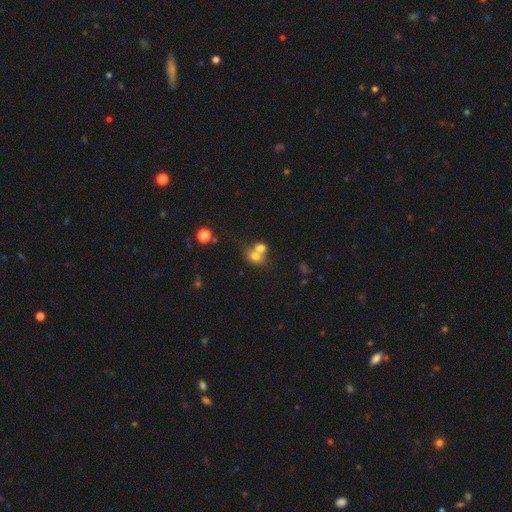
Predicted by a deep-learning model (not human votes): Smooth or featured? smooth (71%)
How rounded? round (61%)
Merging? merger (63%)